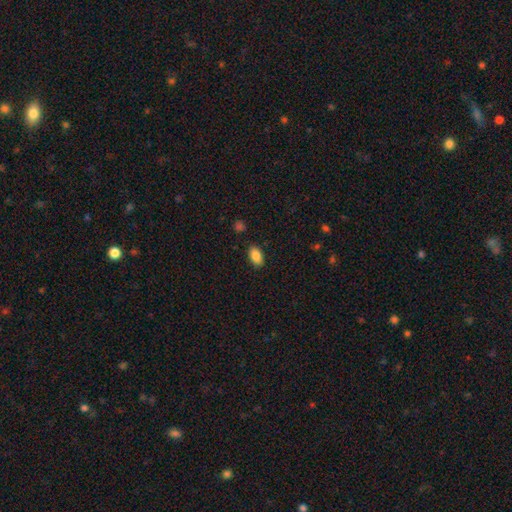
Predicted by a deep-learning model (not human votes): smooth_or_featured: smooth (p=0.87) [alt: star or artifact p=0.08]
how_rounded: in between (p=0.93) [alt: round p=0.04]
merging: none (p=0.86) [alt: minor disturbance p=0.10]